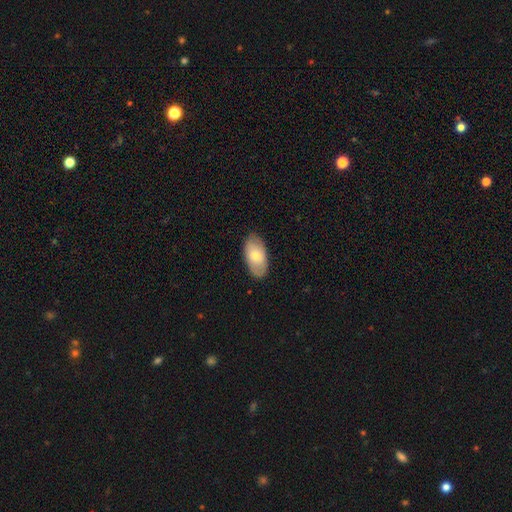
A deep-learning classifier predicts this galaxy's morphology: A smooth galaxy with no disk features (68%) that is in between round and cigar-shaped (94%).

Vote fractions:
- Smooth or featured? smooth: 68% / featured or disk: 26% / star or artifact: 6%
- How rounded? in between: 94% / round: 4% / cigar-shaped: 2%
- Merging? none: 83% / minor disturbance: 13% / major disturbance: 3% / merger: 1%